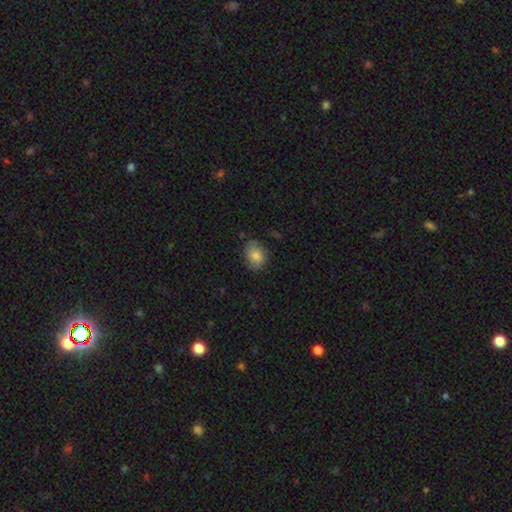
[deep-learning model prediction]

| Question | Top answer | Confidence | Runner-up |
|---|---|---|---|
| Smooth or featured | smooth | 77% | featured or disk (15%) |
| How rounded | in between | 54% | round (45%) |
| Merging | none | 73% | minor disturbance (21%) |